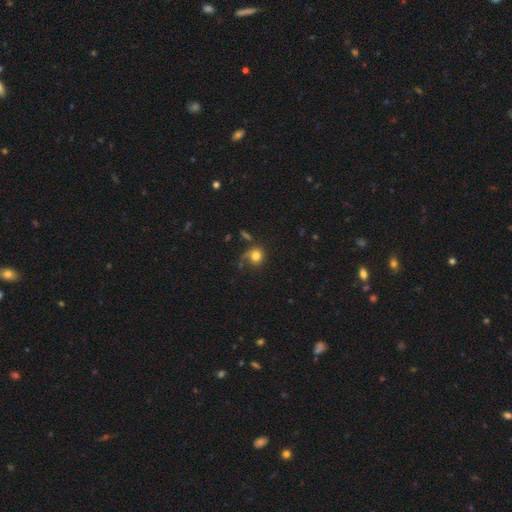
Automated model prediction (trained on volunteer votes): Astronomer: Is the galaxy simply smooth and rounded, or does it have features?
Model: smooth — 76%.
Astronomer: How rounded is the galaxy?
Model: round — 79%.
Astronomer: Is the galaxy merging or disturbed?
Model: none — 53%.